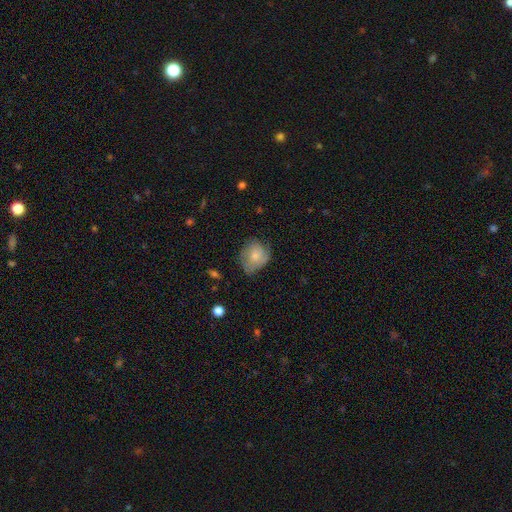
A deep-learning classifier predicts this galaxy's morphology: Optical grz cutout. It shows a smooth galaxy with no disk features (64%) that is round (57%). Merging: none (52%).